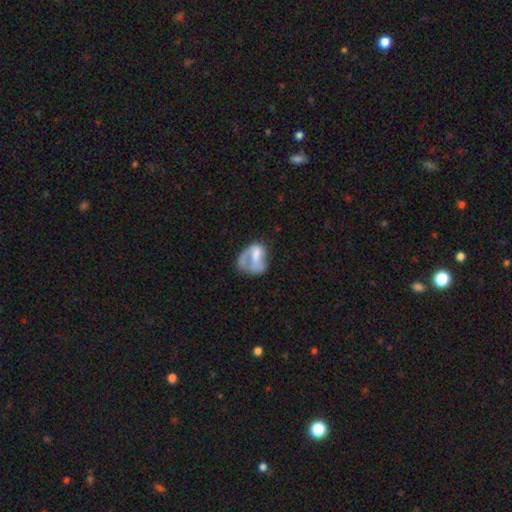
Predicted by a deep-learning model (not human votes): A featured or disk galaxy (47%).

Vote fractions:
- Smooth or featured? featured or disk: 47% / smooth: 45% / star or artifact: 8%
- Merging? major disturbance: 40% / none: 29% / minor disturbance: 21% / merger: 10%